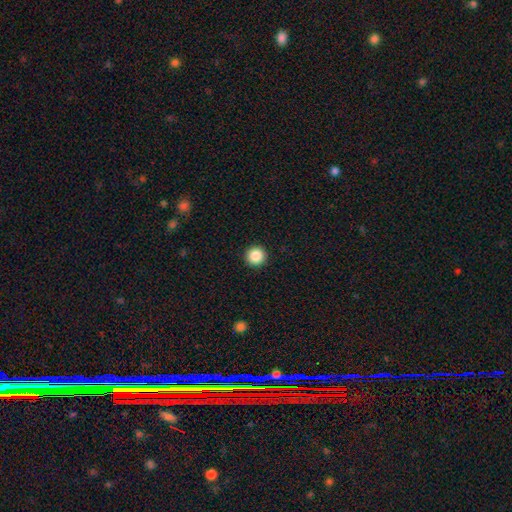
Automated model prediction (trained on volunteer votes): smooth 87%, star or artifact 9%, featured or disk 4%. Down the decision tree: how rounded — round (96%); merging — none (93%).